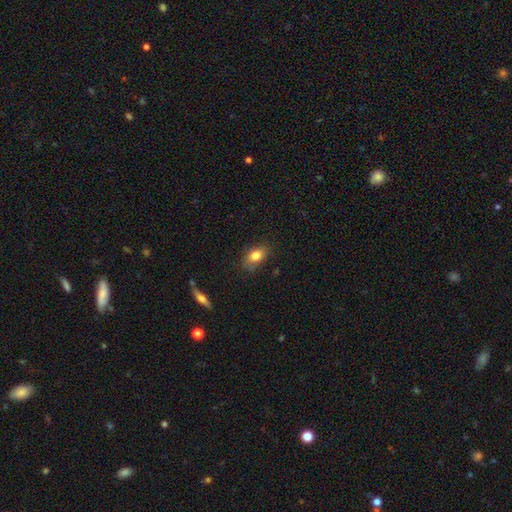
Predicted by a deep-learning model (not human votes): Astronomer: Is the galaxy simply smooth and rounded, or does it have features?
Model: smooth — 81%.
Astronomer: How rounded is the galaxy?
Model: in between — 82%.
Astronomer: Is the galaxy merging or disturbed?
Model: none — 77%.